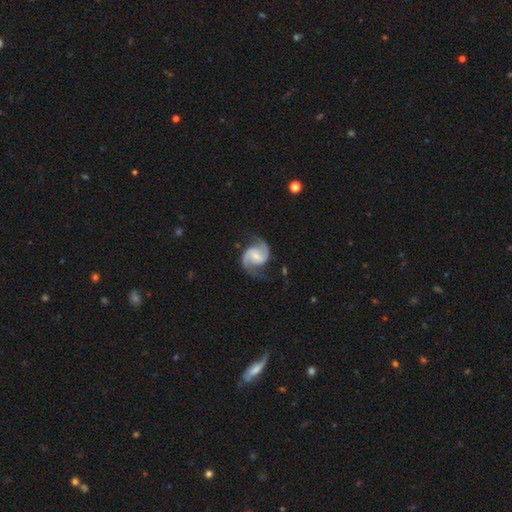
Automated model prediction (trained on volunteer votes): Smooth or featured?
  - featured or disk: 91% *
  - smooth: 5%
  - star or artifact: 4%
Edge-on disk?
  - no: 98% *
  - yes: 2%
Bar?
  - weak: 43% * (tied)
  - no: 43% * (tied)
  - strong: 14%
Spiral arms?
  - yes: 98% *
  - no: 2%
Spiral winding?
  - medium: 57% *
  - loose: 25%
  - tight: 18%
Spiral arm count?
  - 2: 94% *
  - can't tell: 2%
  - 1: 1%
  - 3: 1%
  - 4: 1%
  - more than 4: 1%
Bulge size?
  - small: 54% *
  - moderate: 33%
  - none: 9%
  - large: 3%
  - dominant: 1%
Merging?
  - none: 77% *
  - minor disturbance: 15%
  - major disturbance: 6%
  - merger: 2%